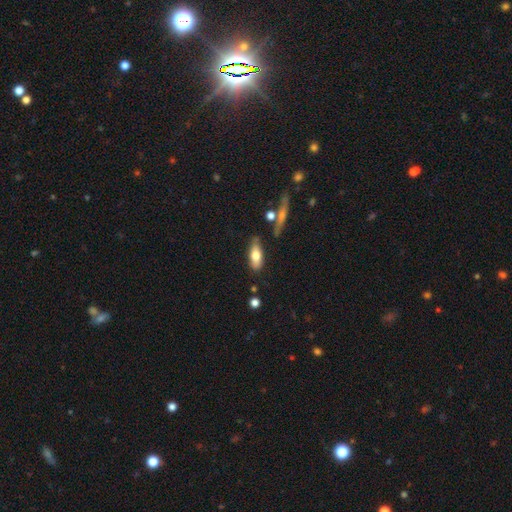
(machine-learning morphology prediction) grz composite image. It shows a smooth galaxy with no disk features (72%) that is in between round and cigar-shaped (75%). Merging: none (74%).